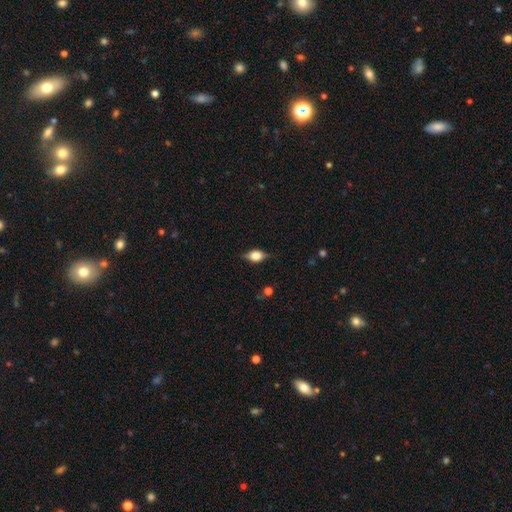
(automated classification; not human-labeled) This is possibly a smooth galaxy (50%). How rounded: likely in between (70%). Merging: likely none (78%).